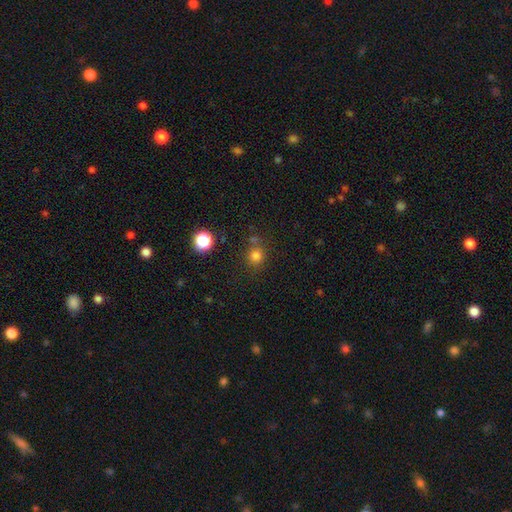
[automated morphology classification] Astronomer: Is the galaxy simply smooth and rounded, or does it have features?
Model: smooth — 78%.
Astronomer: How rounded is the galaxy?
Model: round — 87%.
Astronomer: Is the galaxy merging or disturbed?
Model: none — 74%.